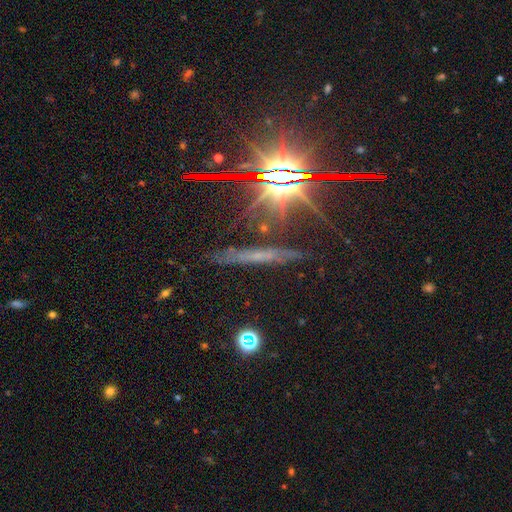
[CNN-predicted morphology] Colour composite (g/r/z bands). It shows a featured or disk galaxy (42%). Merging: none (78%).